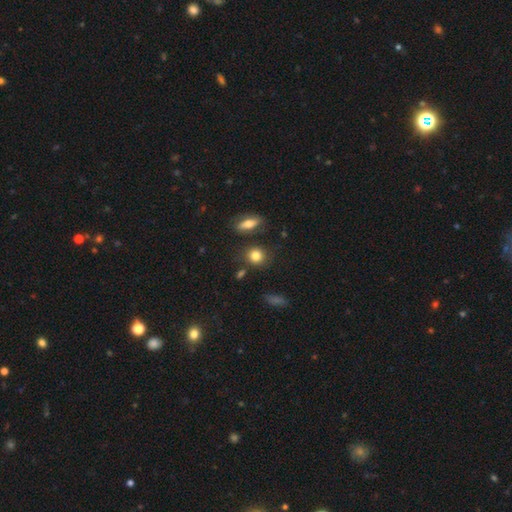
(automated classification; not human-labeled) Morphology: type=smooth (83%); roundness=round (77%); merging=none (78%).